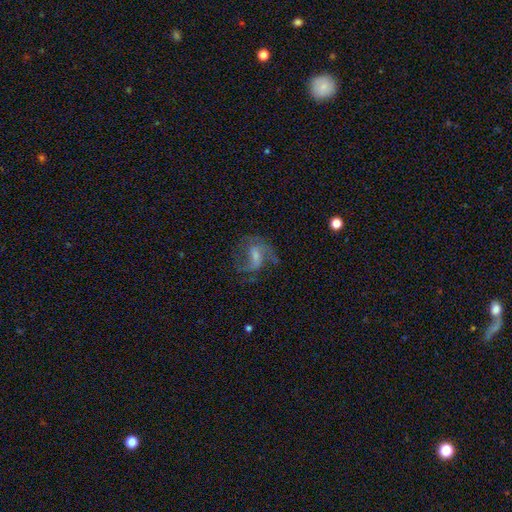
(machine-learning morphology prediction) Smooth or featured?
  - featured or disk: 67% *
  - smooth: 23%
  - star or artifact: 10%
Edge-on disk?
  - no: 97% *
  - yes: 3%
Bar?
  - weak: 49% *
  - no: 33%
  - strong: 17%
Spiral arms?
  - yes: 80% *
  - no: 20%
Spiral winding?
  - medium: 44% *
  - loose: 41%
  - tight: 16%
Spiral arm count?
  - 2: 50% *
  - can't tell: 20%
  - 1: 14%
  - 3: 11%
  - 4: 3%
  - more than 4: 3%
Bulge size?
  - small: 42% *
  - moderate: 31%
  - none: 21%
  - large: 5%
  - dominant: 1%
Merging?
  - none: 46% *
  - major disturbance: 31%
  - minor disturbance: 20%
  - merger: 3%